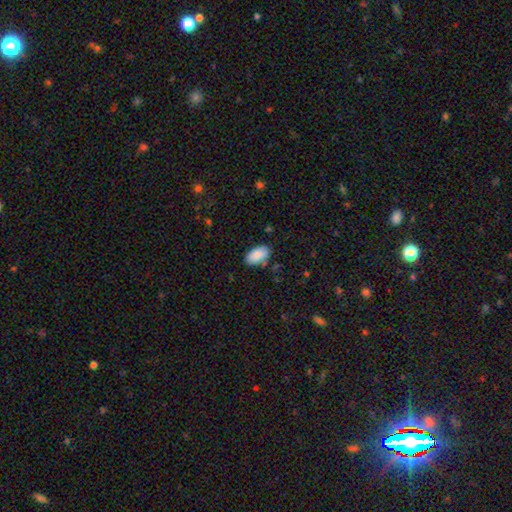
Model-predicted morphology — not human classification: Smooth or featured? smooth (88%)
How rounded? in between (95%)
Merging? none (80%)